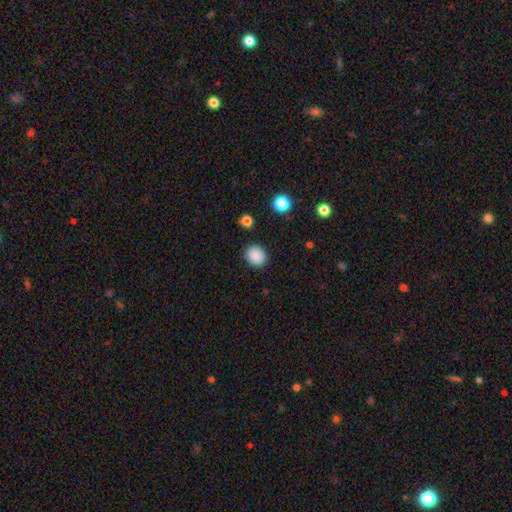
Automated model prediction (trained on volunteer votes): Smooth or featured? Predicted: smooth (p=0.88). How rounded? Predicted: round (p=0.78). Merging? Predicted: none (p=0.88).